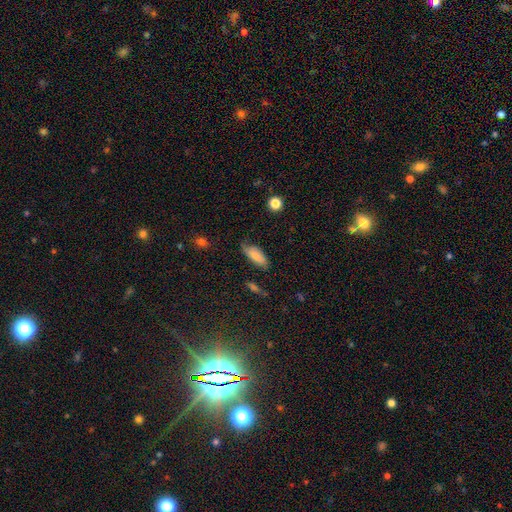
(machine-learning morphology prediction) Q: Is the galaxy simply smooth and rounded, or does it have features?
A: smooth — 75%.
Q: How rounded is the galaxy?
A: in between — 80%.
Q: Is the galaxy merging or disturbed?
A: none — 63%.